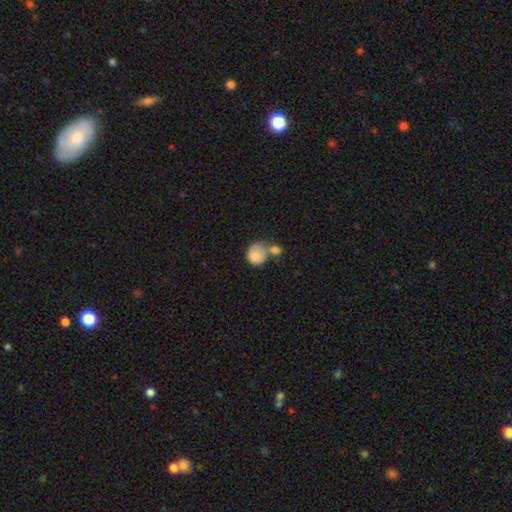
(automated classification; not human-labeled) smooth_or_featured: smooth (p=0.80) [alt: featured or disk p=0.13]
how_rounded: round (p=0.76) [alt: in between p=0.23]
merging: merger (p=0.48) [alt: none p=0.27]